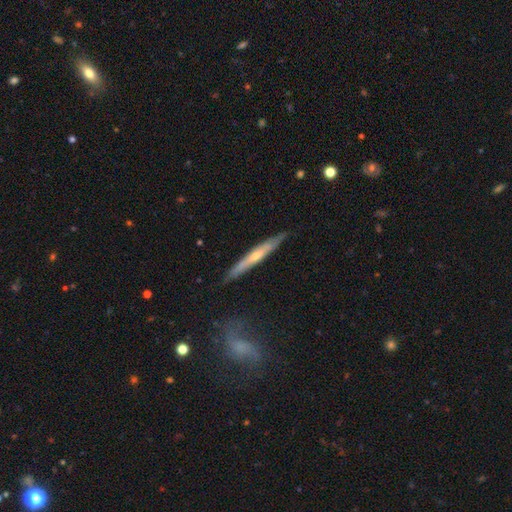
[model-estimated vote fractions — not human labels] This appears to be a featured or disk galaxy (60%) viewed edge-on (91%) with a rounded central bulge (57%). Merging: none (83%).